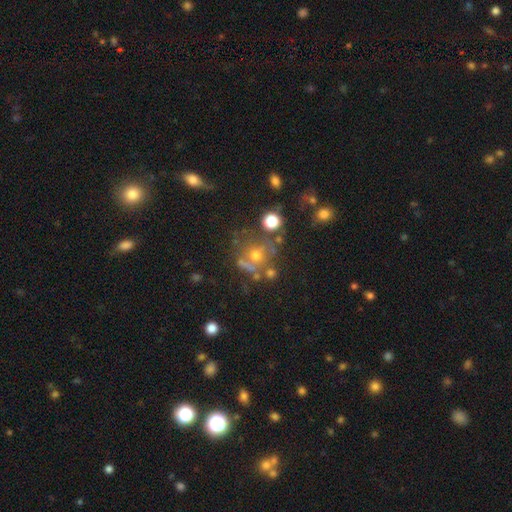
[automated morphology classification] This is possibly a smooth galaxy (46%). Merging: possibly none (47%).